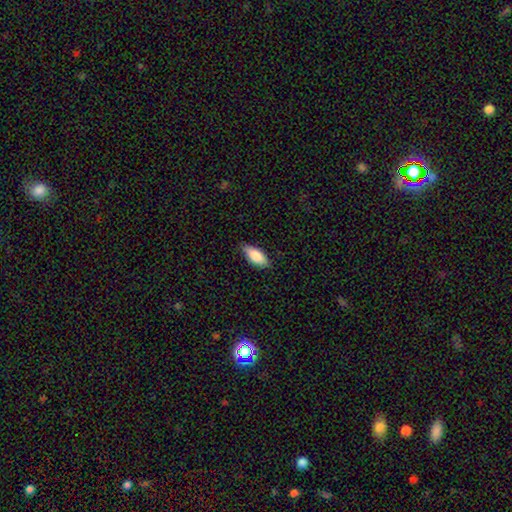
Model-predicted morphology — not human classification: Smooth or featured: smooth — 85% (featured or disk — 9%)
How rounded: in between — 83% (cigar-shaped — 15%)
Merging: none — 81% (minor disturbance — 15%)